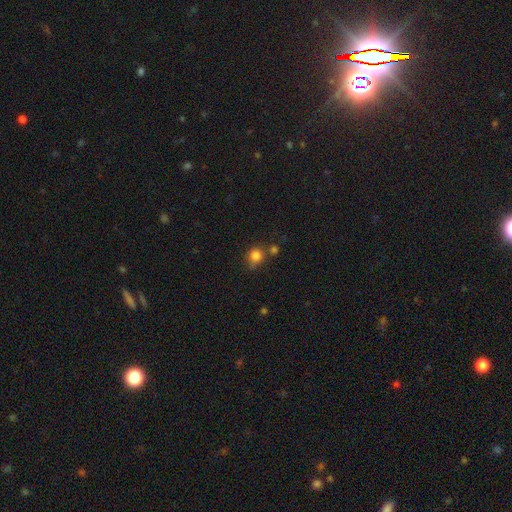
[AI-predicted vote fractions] smooth 82%, star or artifact 12%, featured or disk 6%. Down the decision tree: how rounded — round (81%); merging — none (61%).